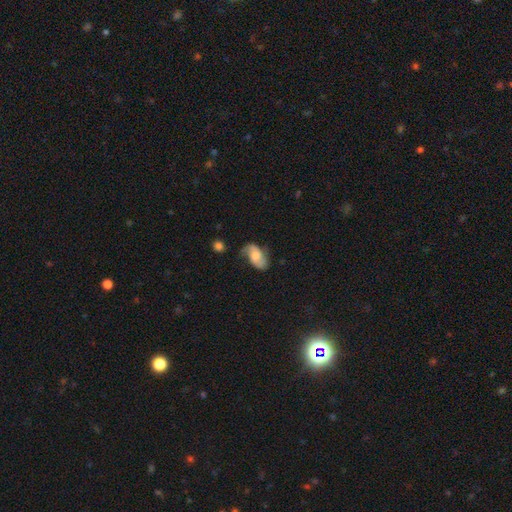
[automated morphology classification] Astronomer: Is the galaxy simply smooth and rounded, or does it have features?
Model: featured or disk — 63%.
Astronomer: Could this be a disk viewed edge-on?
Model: no — 96%.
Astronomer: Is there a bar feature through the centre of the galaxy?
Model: no — 62%.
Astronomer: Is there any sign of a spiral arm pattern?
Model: yes — 89%.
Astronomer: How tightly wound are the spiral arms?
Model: loose — 44% (runner-up: medium, 39%).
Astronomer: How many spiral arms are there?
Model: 2 — 83%.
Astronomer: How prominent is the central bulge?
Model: moderate — 58%.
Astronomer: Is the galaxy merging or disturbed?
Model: none — 55%.